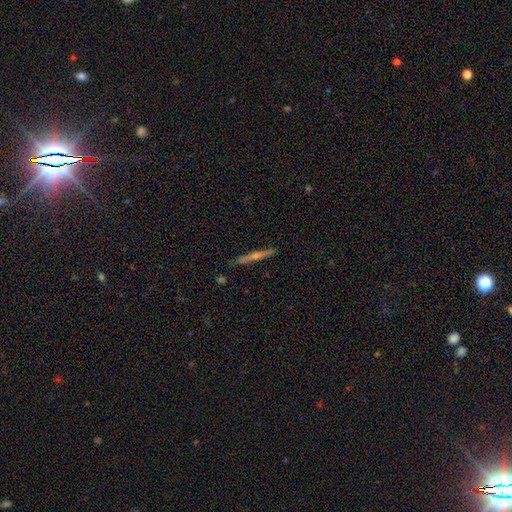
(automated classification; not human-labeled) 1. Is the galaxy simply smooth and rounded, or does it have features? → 64% featured or disk, 29% smooth, 8% star or artifact.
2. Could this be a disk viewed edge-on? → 97% yes, 3% no.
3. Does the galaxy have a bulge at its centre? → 70% rounded, 25% none, 6% boxy.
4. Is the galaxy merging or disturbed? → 89% none, 8% minor disturbance, 2% major disturbance, 1% merger.